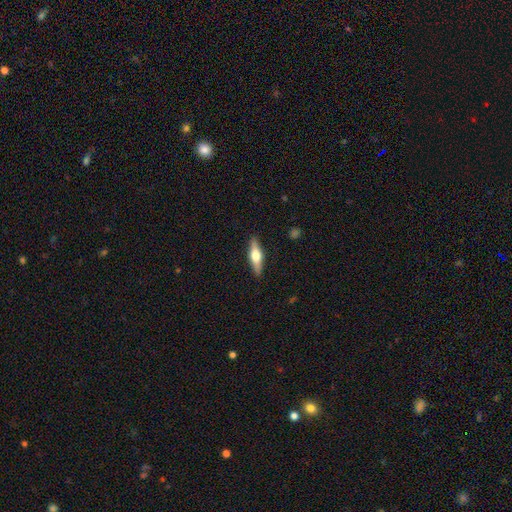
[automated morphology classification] Smooth or featured? featured or disk (57%)
Edge-on disk? yes (95%)
Edge-on bulge? rounded (93%)
Merging? none (89%)